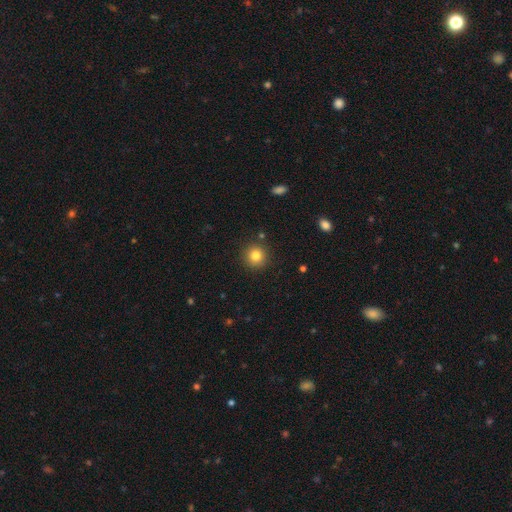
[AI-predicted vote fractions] This is clearly a smooth galaxy (81%). How rounded: clearly round (94%). Merging: clearly none (90%).